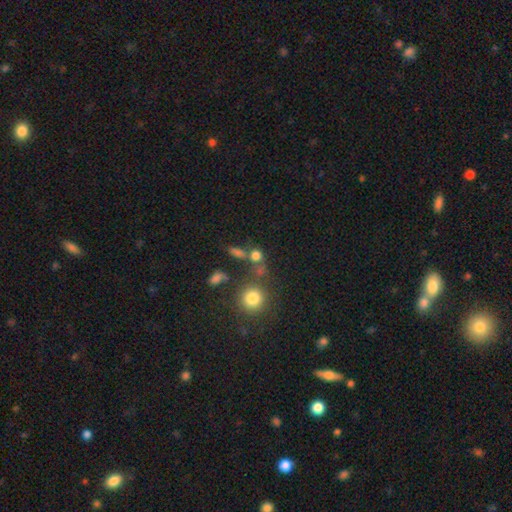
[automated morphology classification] Overall: smooth (70%). How rounded: round (74%). Merging: none (51%; merger 27%).